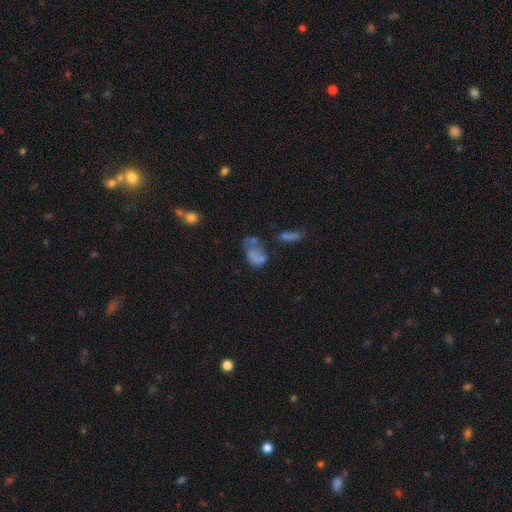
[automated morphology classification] type=smooth (63%); roundness=in between (84%); merging=major disturbance (27%).